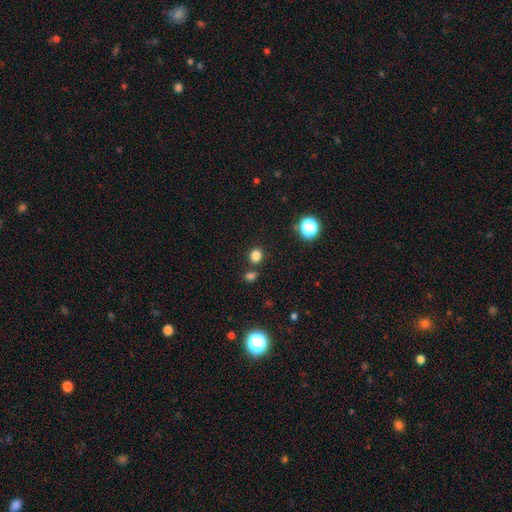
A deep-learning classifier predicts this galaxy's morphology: This appears to be a smooth galaxy with no disk features (79%) that is round (67%). Merging: none (75%).